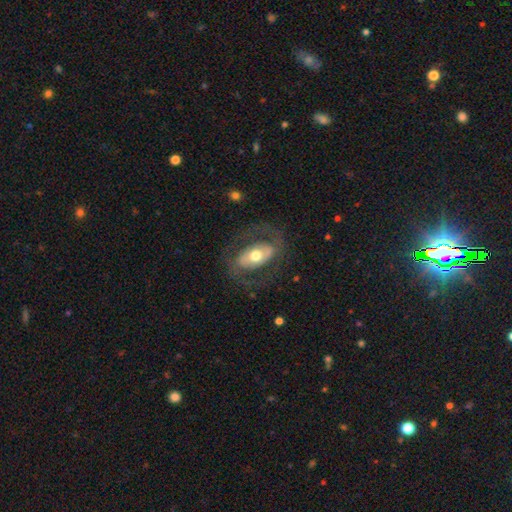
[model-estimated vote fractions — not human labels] featured or disk 65%, smooth 29%, star or artifact 6%. Down the decision tree: edge-on disk — no (93%); bar — no (49%); spiral arms — yes (56%); bulge size — moderate (69%); merging — none (71%).